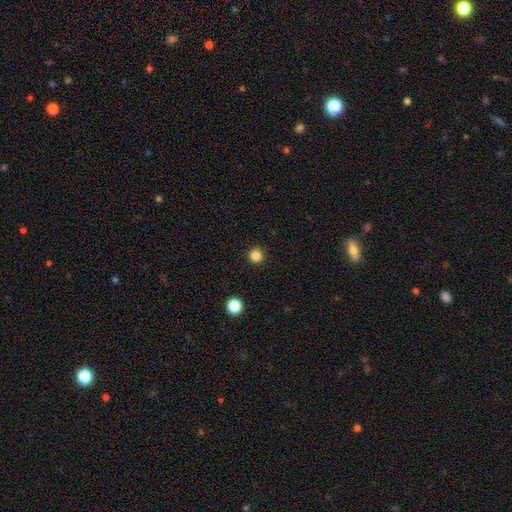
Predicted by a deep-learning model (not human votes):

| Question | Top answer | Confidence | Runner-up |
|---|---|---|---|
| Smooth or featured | smooth | 84% | star or artifact (12%) |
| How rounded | round | 95% | in between (4%) |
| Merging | none | 92% | minor disturbance (5%) |